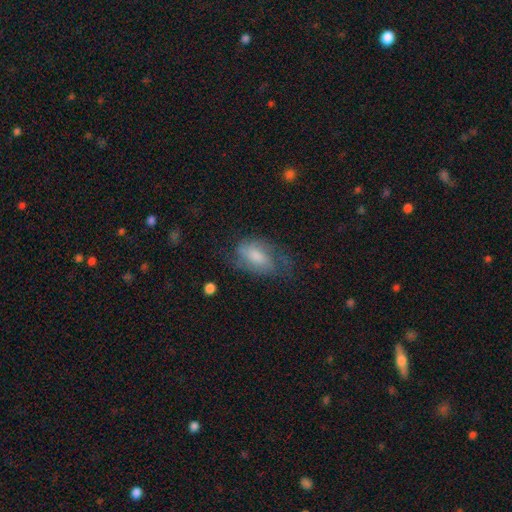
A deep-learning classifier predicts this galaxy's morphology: smooth-or-featured: featured or disk: 47% | smooth: 44% | star or artifact: 9%
  merging: none: 52% | minor disturbance: 27% | major disturbance: 20% | merger: 2%